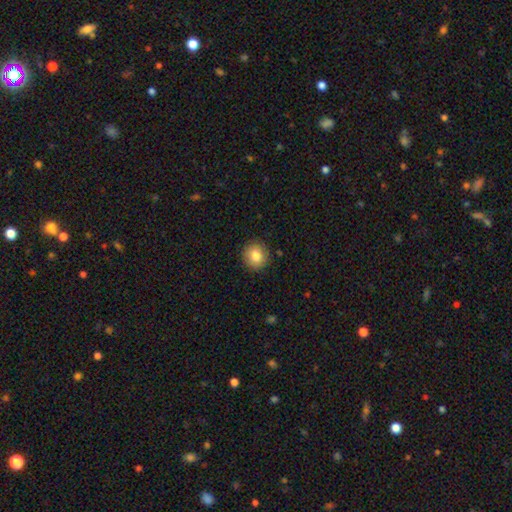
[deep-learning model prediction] Smooth or featured? Predicted: smooth (p=0.83). How rounded? Predicted: round (p=0.89). Merging? Predicted: none (p=0.90).